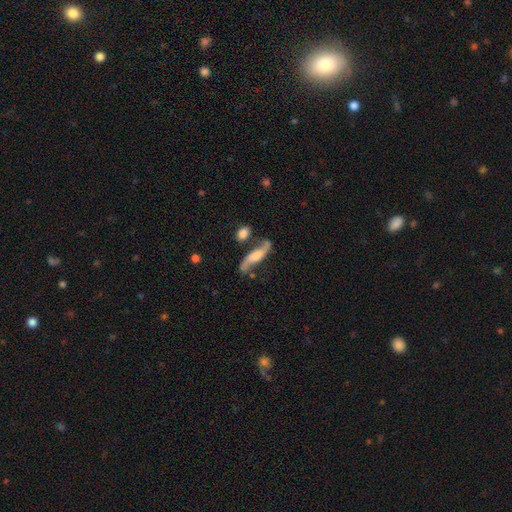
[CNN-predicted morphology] featured or disk 72%, smooth 21%, star or artifact 7%. Down the decision tree: edge-on disk — no (75%); bar — no (50%); spiral arms — yes (91%); bulge size — moderate (33%); merging — none (61%).